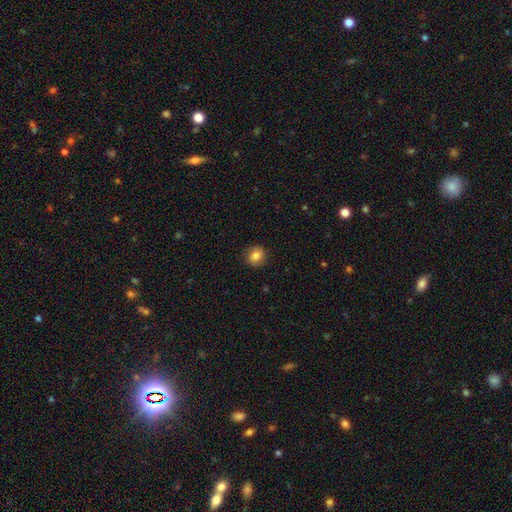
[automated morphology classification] This is clearly a smooth galaxy (82%). How rounded: likely round (75%). Merging: clearly none (86%).